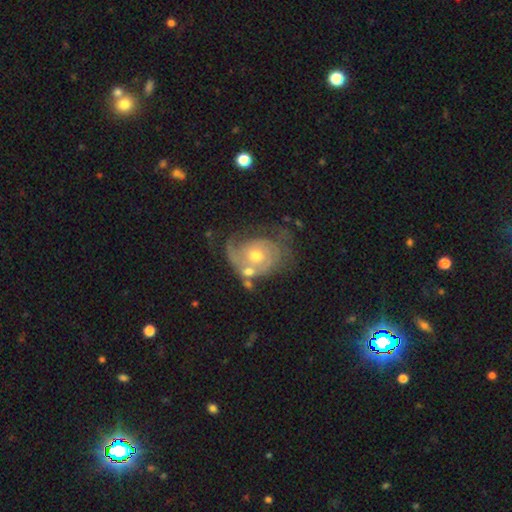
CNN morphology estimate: A featured or disk galaxy (78%) with no bar (79%), 2 (33%) tight (55%) spiral arms (87%) and a moderate central bulge (58%).

Vote fractions:
- Smooth or featured? featured or disk: 78% / smooth: 15% / star or artifact: 7%
- Edge-on disk? no: 97% / yes: 3%
- Bar? no: 79% / weak: 18% / strong: 3%
- Spiral arms? yes: 87% / no: 13%
- Spiral winding? tight: 55% / medium: 30% / loose: 16%
- Spiral arm count? 2: 33% / 1: 28% / can't tell: 27% / 3: 7% / 4: 3% / more than 4: 3%
- Bulge size? moderate: 58% / small: 37% / large: 3% / none: 1% / dominant: 1%
- Merging? none: 44% / minor disturbance: 23% / major disturbance: 21% / merger: 13%